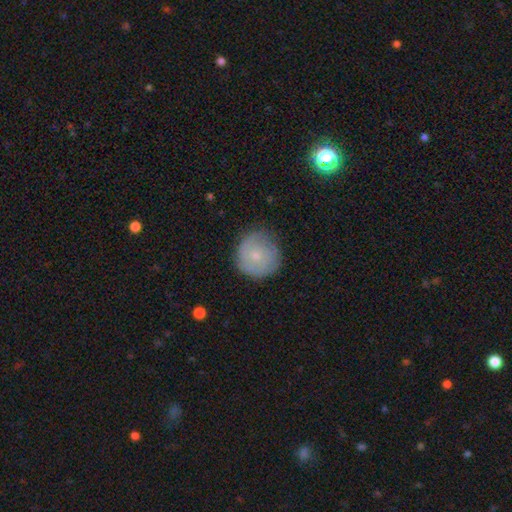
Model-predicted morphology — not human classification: This appears to be a smooth galaxy with no disk features (59%) that is round (93%). Merging: none (77%).